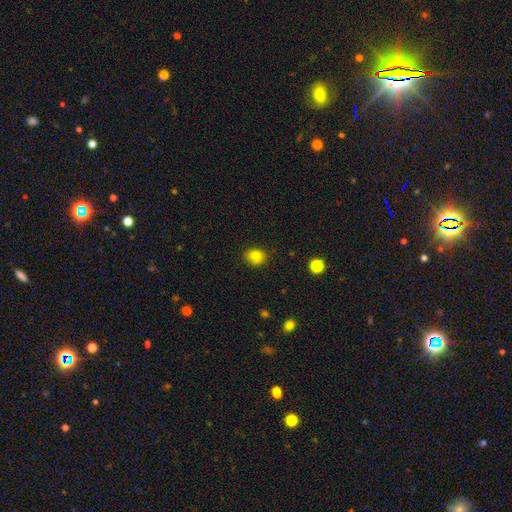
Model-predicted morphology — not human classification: Overall: smooth (80%). How rounded: round (66%; in between 33%). Merging: none (82%).